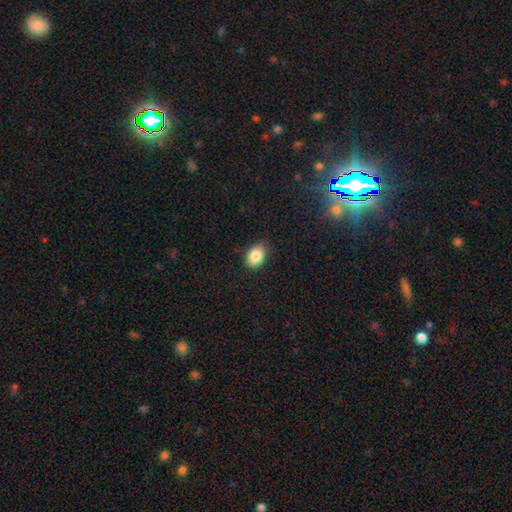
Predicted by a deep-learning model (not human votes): Smooth or featured?
  - smooth: 86% *
  - star or artifact: 8%
  - featured or disk: 6%
How rounded?
  - in between: 82% *
  - round: 17%
  - cigar-shaped: 1%
Merging?
  - none: 86% *
  - minor disturbance: 11%
  - major disturbance: 2%
  - merger: 1%